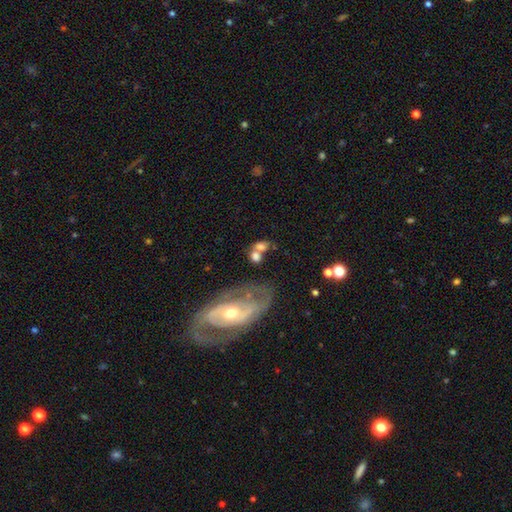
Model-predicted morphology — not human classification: A smooth galaxy with no disk features (64%) that is in between round and cigar-shaped (59%).

Vote fractions:
- Smooth or featured? smooth: 64% / featured or disk: 26% / star or artifact: 10%
- How rounded? in between: 59% / round: 38% / cigar-shaped: 3%
- Merging? merger: 41% / none: 35% / minor disturbance: 14% / major disturbance: 11%